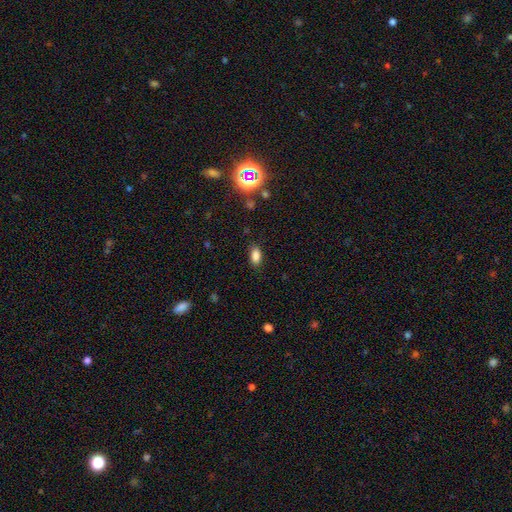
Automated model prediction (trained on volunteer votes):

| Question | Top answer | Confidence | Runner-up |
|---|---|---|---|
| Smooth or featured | smooth | 84% | star or artifact (12%) |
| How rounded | in between | 90% | round (7%) |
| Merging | none | 85% | minor disturbance (11%) |